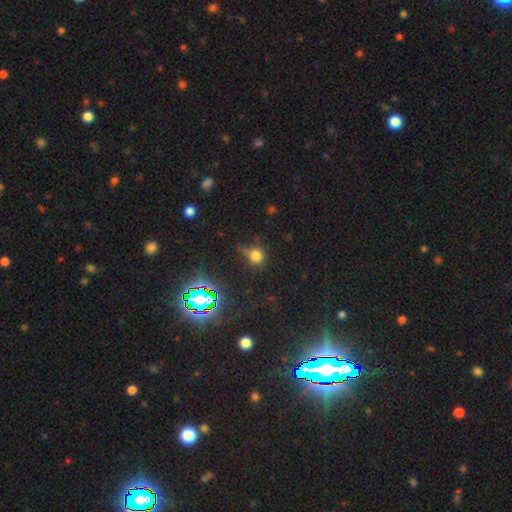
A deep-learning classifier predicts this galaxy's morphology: A smooth galaxy with no disk features (68%) that is round (82%).

Vote fractions:
- Smooth or featured? smooth: 68% / star or artifact: 25% / featured or disk: 7%
- How rounded? round: 82% / in between: 16% / cigar-shaped: 2%
- Merging? none: 58% / minor disturbance: 24% / major disturbance: 11% / merger: 7%